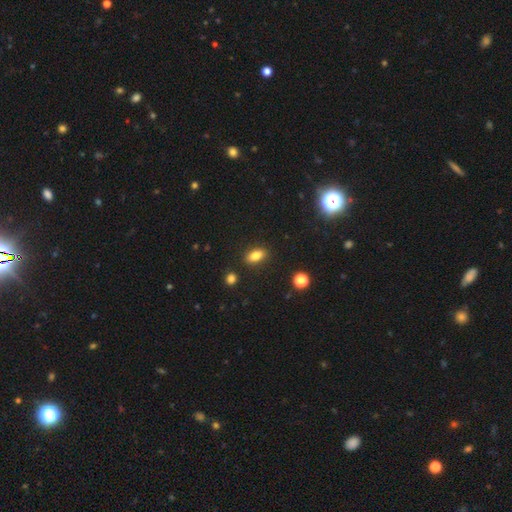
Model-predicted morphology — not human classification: This appears to be a smooth galaxy with no disk features (80%) that is in between round and cigar-shaped (83%). Merging: none (88%).